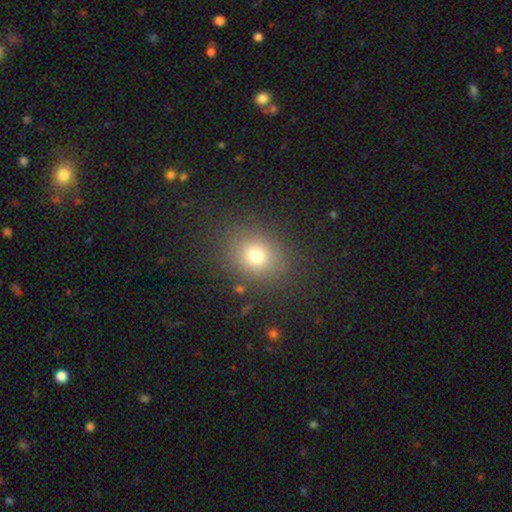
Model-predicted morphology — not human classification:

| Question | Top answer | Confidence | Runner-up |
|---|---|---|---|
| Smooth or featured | smooth | 73% | star or artifact (17%) |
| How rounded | round | 66% | in between (32%) |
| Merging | none | 84% | minor disturbance (9%) |